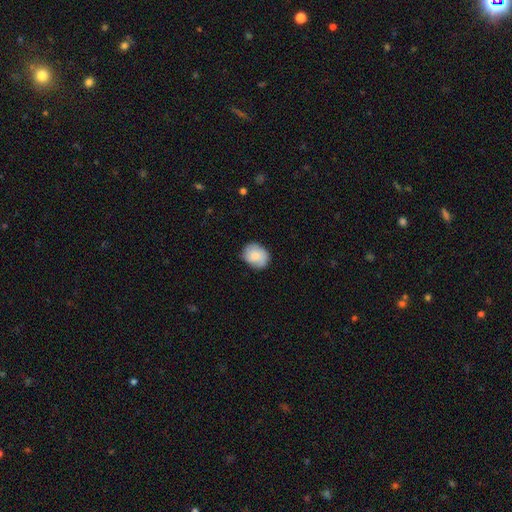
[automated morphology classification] This is likely a smooth galaxy (79%). How rounded: possibly round (55%). Merging: likely none (77%).